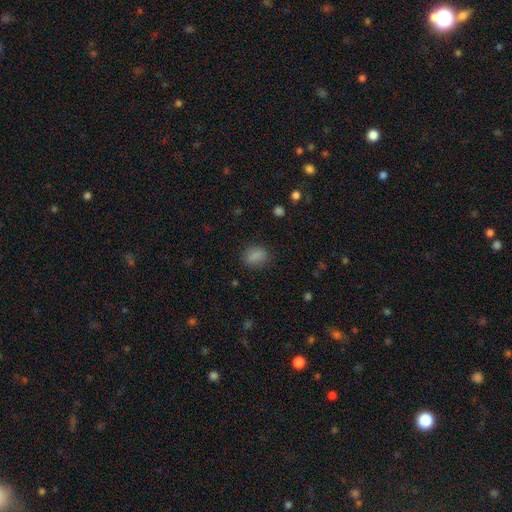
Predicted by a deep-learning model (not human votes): Overall: smooth (85%). How rounded: in between (65%; round 33%). Merging: none (83%).